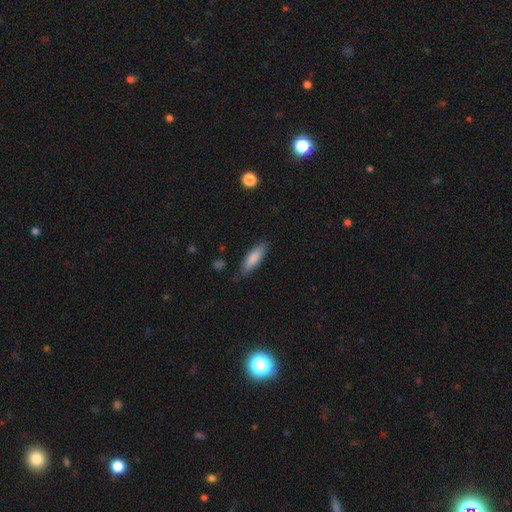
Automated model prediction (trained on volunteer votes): Smooth or featured? Predicted: smooth (p=0.80). How rounded? Predicted: cigar-shaped (p=0.58). Merging? Predicted: none (p=0.79).